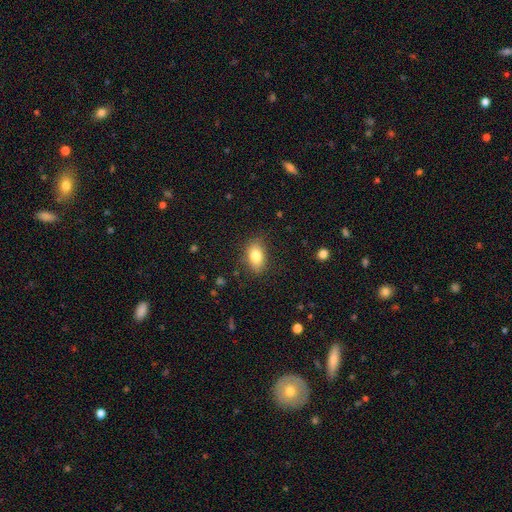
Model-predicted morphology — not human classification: The model was most divided on "merging": none: 81%, minor disturbance: 14%, major disturbance: 4%, merger: 1%. More confident: how rounded — in between (87%); smooth or featured — smooth (82%).